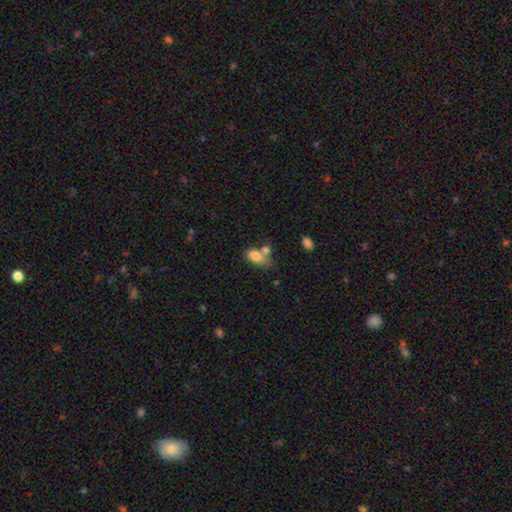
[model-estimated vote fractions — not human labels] This appears to be a smooth galaxy with no disk features (81%) that is in between round and cigar-shaped (88%). Merging: merger (38%).